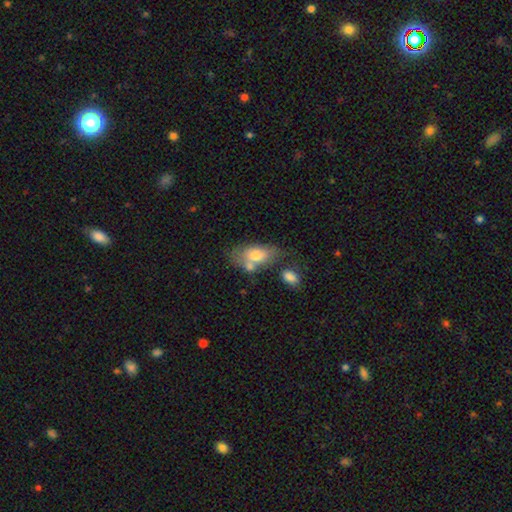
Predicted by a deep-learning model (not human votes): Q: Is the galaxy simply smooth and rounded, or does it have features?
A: smooth — 70%.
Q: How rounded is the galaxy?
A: in between — 89%.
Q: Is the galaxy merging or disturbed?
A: none — 43%.